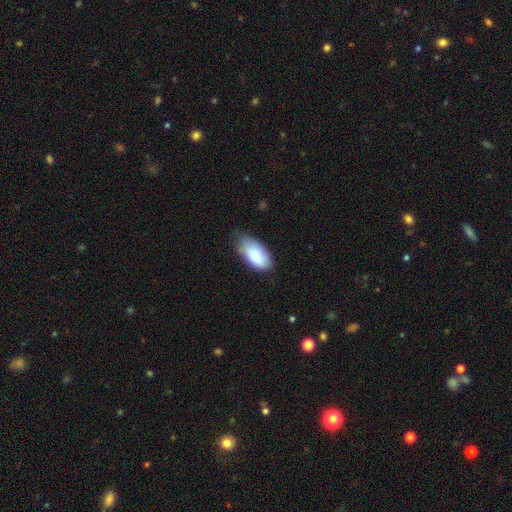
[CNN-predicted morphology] type=smooth (83%); roundness=in between (94%); merging=none (61%).